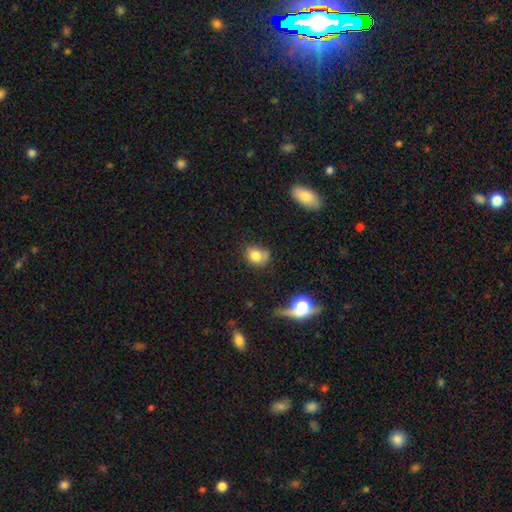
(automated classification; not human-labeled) Smooth or featured: smooth — 77% (featured or disk — 12%)
How rounded: round — 50% (in between — 48%)
Merging: none — 52% (minor disturbance — 27%)